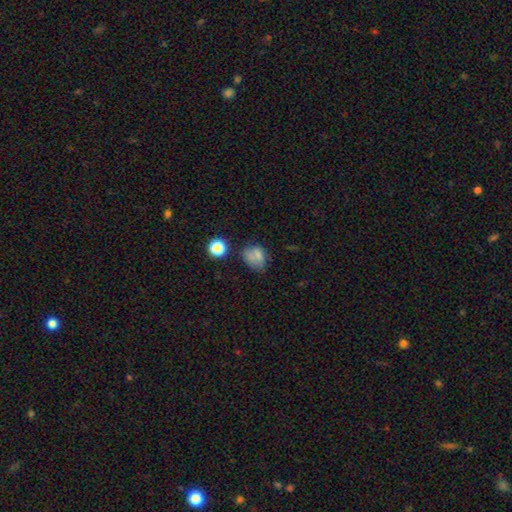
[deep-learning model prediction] A smooth galaxy with no disk features (71%) that is in between round and cigar-shaped (59%). Merging: none (49%).